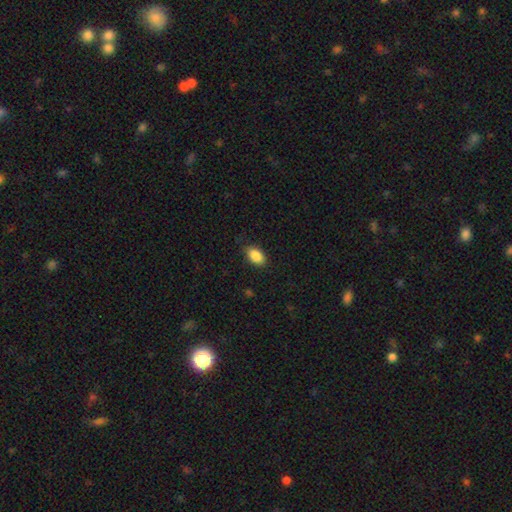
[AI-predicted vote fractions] A smooth galaxy with no disk features (88%) that is in between round and cigar-shaped (91%).

Vote fractions:
- Smooth or featured? smooth: 88% / star or artifact: 7% / featured or disk: 4%
- How rounded? in between: 91% / round: 7% / cigar-shaped: 2%
- Merging? none: 82% / minor disturbance: 14% / major disturbance: 3% / merger: 1%